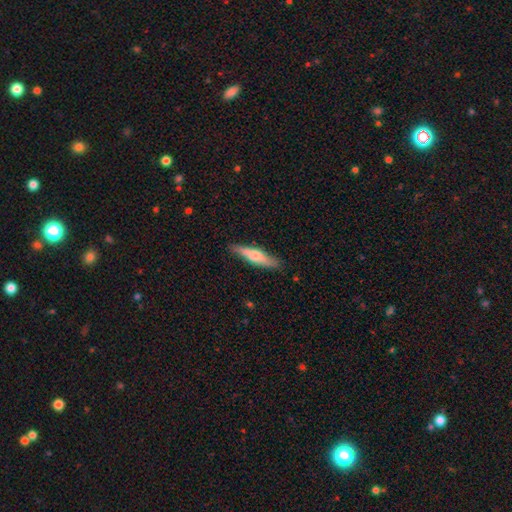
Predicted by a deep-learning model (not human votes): Morphology: type=smooth (58%); roundness=cigar-shaped (80%); merging=none (85%).